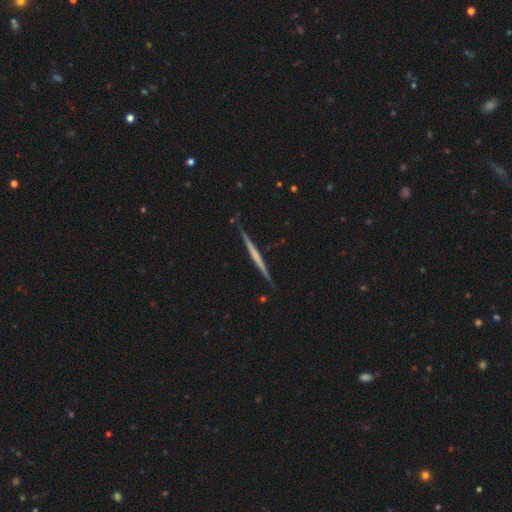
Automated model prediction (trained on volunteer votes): The model was most divided on "smooth or featured": featured or disk: 63%, smooth: 32%, star or artifact: 5%. More confident: edge-on disk — yes (98%); merging — none (90%); edge-on bulge — none (83%).